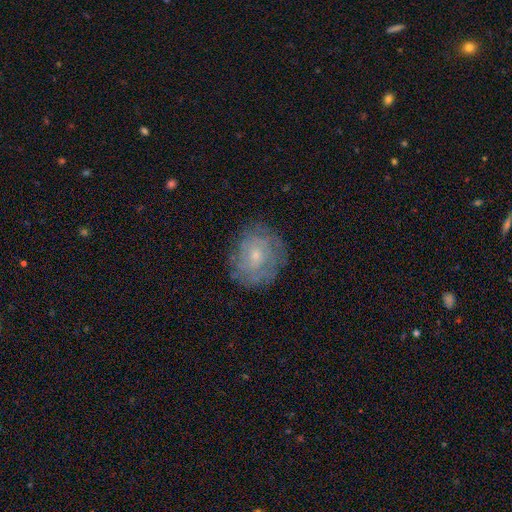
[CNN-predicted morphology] Overall: featured or disk (54%; smooth 36%). Edge-on disk: no (97%). Bar: no (78%). Spiral arms: yes (67%; no 33%). Bulge size: small (59%; moderate 35%). Merging: none (76%).